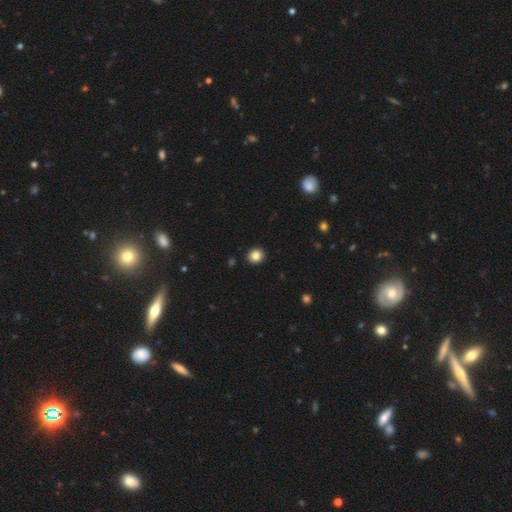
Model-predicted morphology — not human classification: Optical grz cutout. It shows a smooth galaxy with no disk features (85%) that is round (86%). Merging: none (93%).